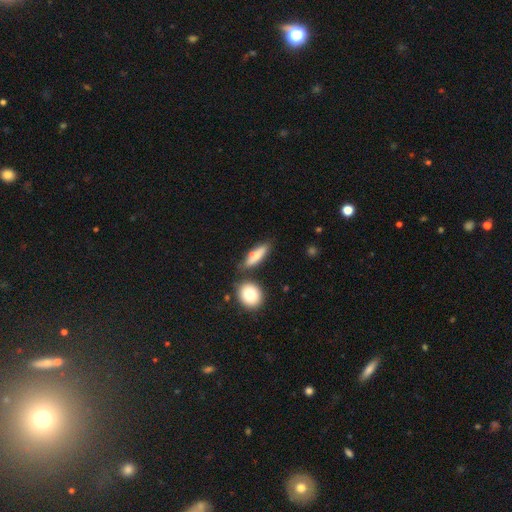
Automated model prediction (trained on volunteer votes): Smooth or featured? Predicted: smooth (p=0.70). How rounded? Predicted: cigar-shaped (p=0.49). Merging? Predicted: none (p=0.62).